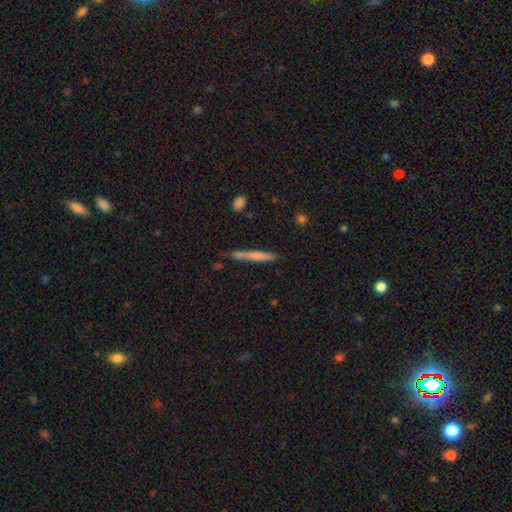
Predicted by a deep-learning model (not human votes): smooth 64%, featured or disk 30%, star or artifact 7%. Down the decision tree: how rounded — cigar-shaped (96%); merging — none (78%).